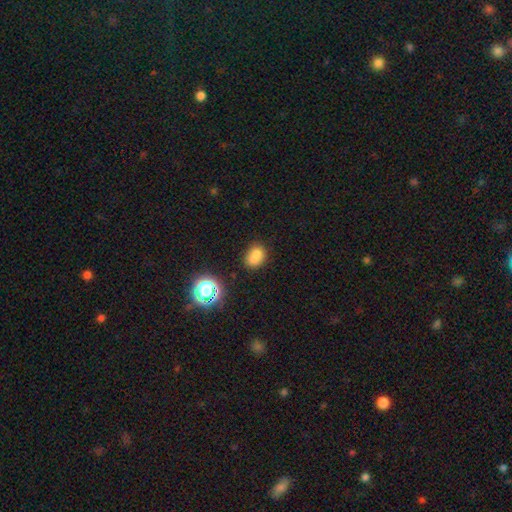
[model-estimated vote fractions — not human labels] A smooth galaxy with no disk features (75%) that is in between round and cigar-shaped (59%).

Vote fractions:
- Smooth or featured? smooth: 75% / star or artifact: 15% / featured or disk: 9%
- How rounded? in between: 59% / round: 40% / cigar-shaped: 1%
- Merging? none: 58% / minor disturbance: 19% / merger: 16% / major disturbance: 7%